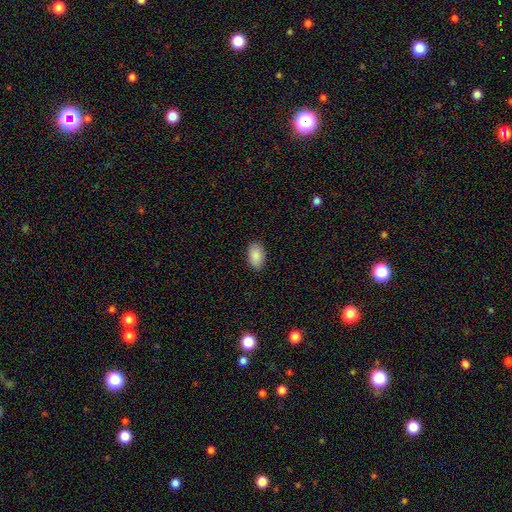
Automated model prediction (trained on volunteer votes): The model was most divided on "merging": none: 88%, minor disturbance: 9%, major disturbance: 2%, merger: 1%. More confident: how rounded — in between (93%); smooth or featured — smooth (88%).